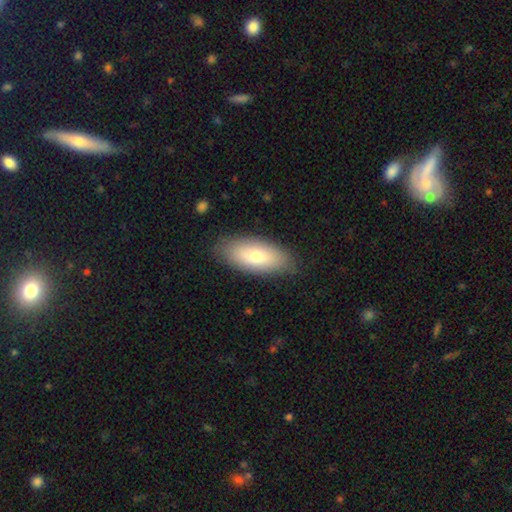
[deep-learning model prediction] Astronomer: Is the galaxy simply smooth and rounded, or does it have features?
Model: smooth — 73%.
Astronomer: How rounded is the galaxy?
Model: in between — 86%.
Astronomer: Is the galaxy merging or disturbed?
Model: none — 85%.